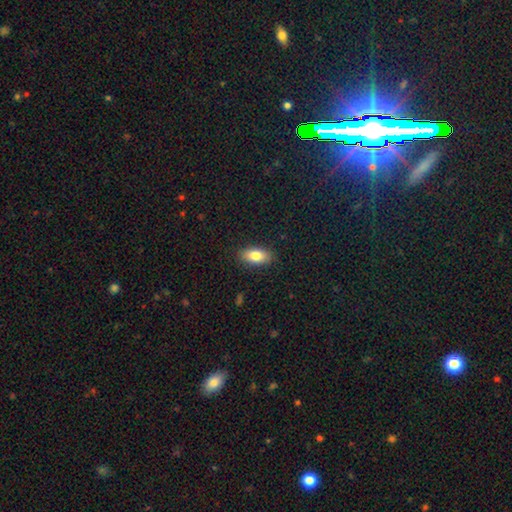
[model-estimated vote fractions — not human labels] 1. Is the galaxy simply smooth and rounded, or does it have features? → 82% smooth, 11% featured or disk, 7% star or artifact.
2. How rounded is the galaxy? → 89% in between, 7% cigar-shaped, 4% round.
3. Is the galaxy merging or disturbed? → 88% none, 9% minor disturbance, 2% major disturbance, 1% merger.